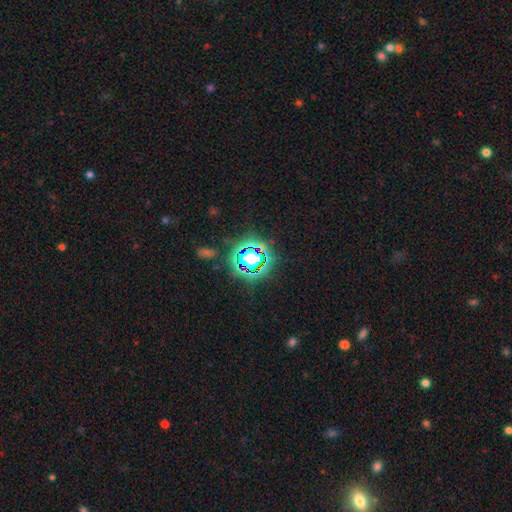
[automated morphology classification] Smooth or featured? star or artifact (67%)